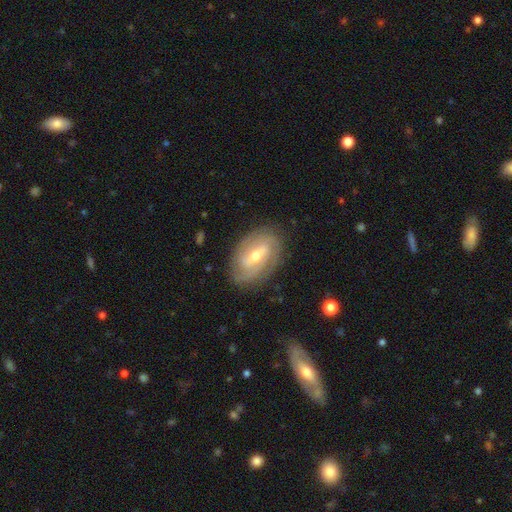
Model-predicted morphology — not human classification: Smooth or featured? featured or disk (81%)
Edge-on disk? no (94%)
Bar? weak (45%)
Spiral arms? yes (90%)
Spiral winding? tight (54%)
Spiral arm count? 2 (46%)
Bulge size? moderate (57%)
Merging? none (80%)